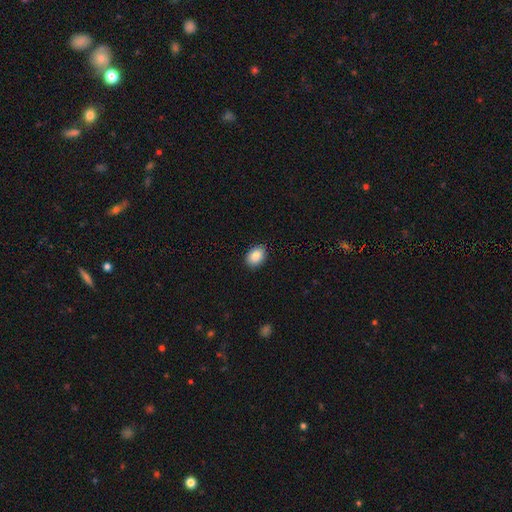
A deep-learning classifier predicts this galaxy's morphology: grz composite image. It shows a smooth galaxy with no disk features (88%) that is in between round and cigar-shaped (72%). Merging: none (89%).